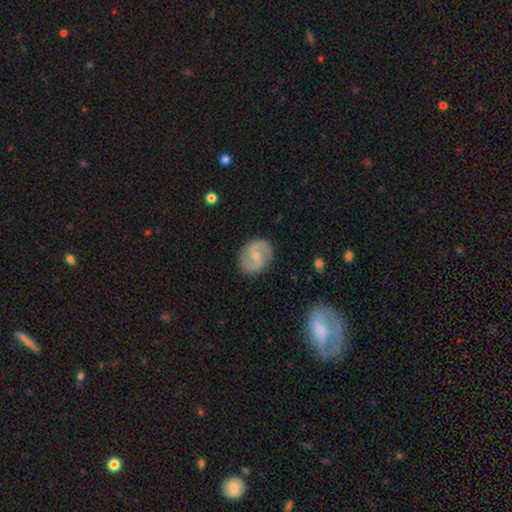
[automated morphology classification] Smooth or featured? featured or disk (81%)
Edge-on disk? no (98%)
Bar? weak (52%)
Spiral arms? yes (93%)
Spiral winding? medium (50%)
Spiral arm count? 2 (91%)
Bulge size? small (59%)
Merging? none (84%)